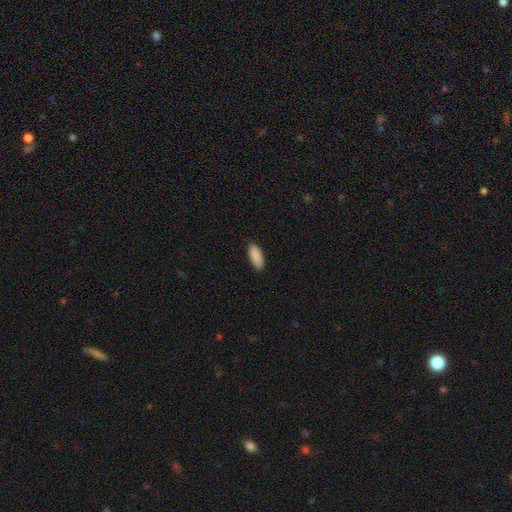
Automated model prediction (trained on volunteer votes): The model was most divided on "how rounded": in between: 77%, cigar-shaped: 21%, round: 2%. More confident: smooth or featured — smooth (91%); merging — none (88%).